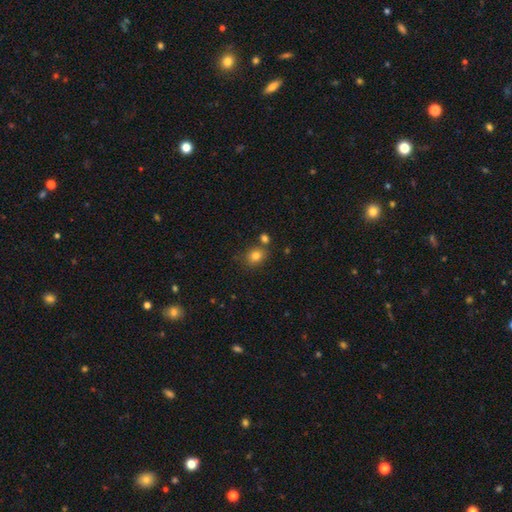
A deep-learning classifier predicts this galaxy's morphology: The model was most divided on "how rounded": round: 63%, in between: 36%, cigar-shaped: 1%. More confident: smooth or featured — smooth (82%); merging — none (71%).